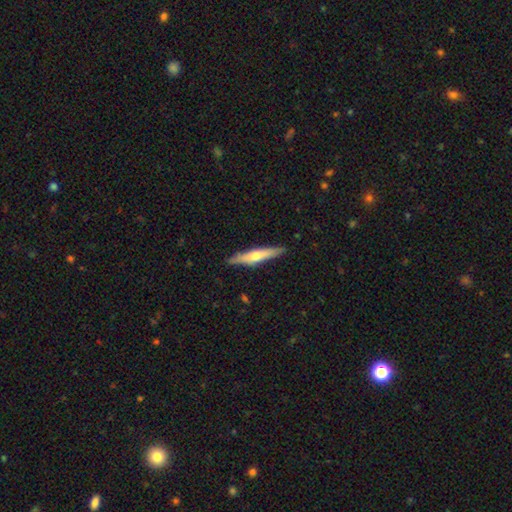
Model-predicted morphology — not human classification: smooth_or_featured: featured or disk (p=0.50) [alt: smooth p=0.44]
disk_edge_on: yes (p=0.92) [alt: no p=0.08]
merging: none (p=0.86) [alt: minor disturbance p=0.11]